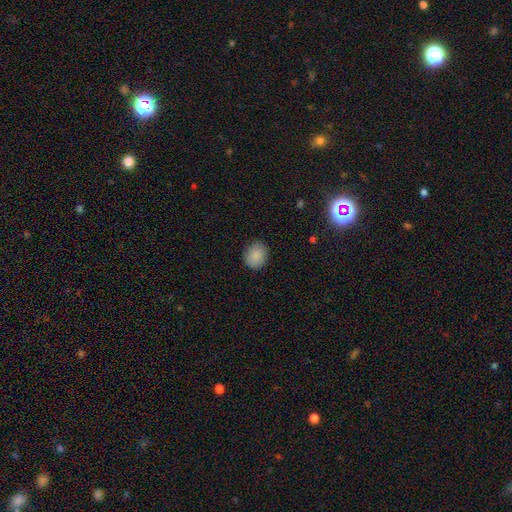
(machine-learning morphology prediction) smooth_or_featured: smooth (p=0.88) [alt: star or artifact p=0.08]
how_rounded: round (p=0.59) [alt: in between p=0.40]
merging: none (p=0.84) [alt: minor disturbance p=0.13]